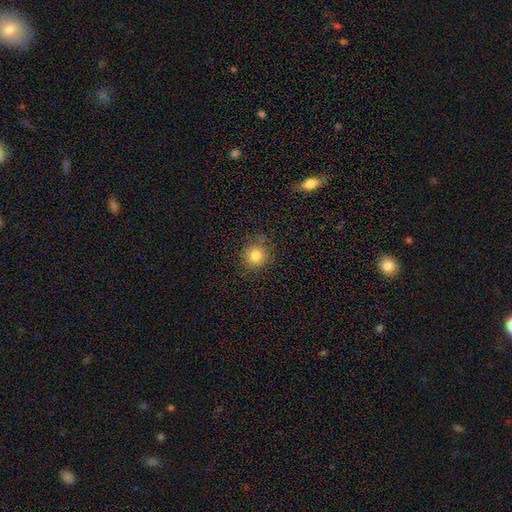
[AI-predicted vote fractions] Morphology: type=smooth (81%); roundness=round (91%); merging=none (84%).